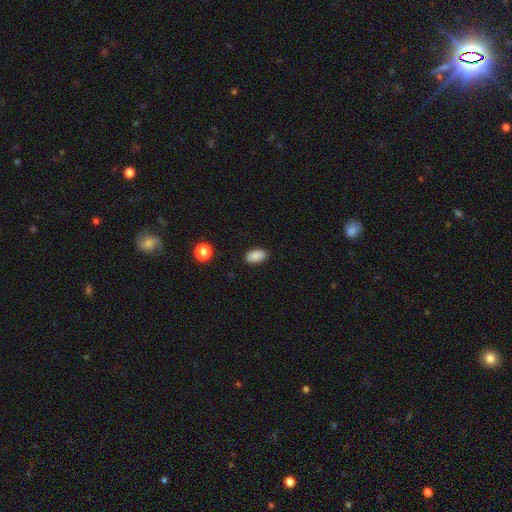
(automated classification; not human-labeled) A smooth galaxy with no disk features (88%) that is in between round and cigar-shaped (92%).

Vote fractions:
- Smooth or featured? smooth: 88% / star or artifact: 8% / featured or disk: 4%
- How rounded? in between: 92% / round: 6% / cigar-shaped: 2%
- Merging? none: 87% / minor disturbance: 9% / major disturbance: 2% / merger: 1%